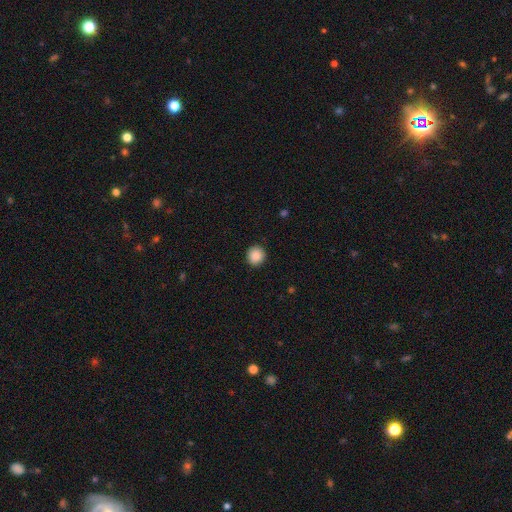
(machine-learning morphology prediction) This is clearly a smooth galaxy (89%). How rounded: clearly round (91%). Merging: clearly none (91%).